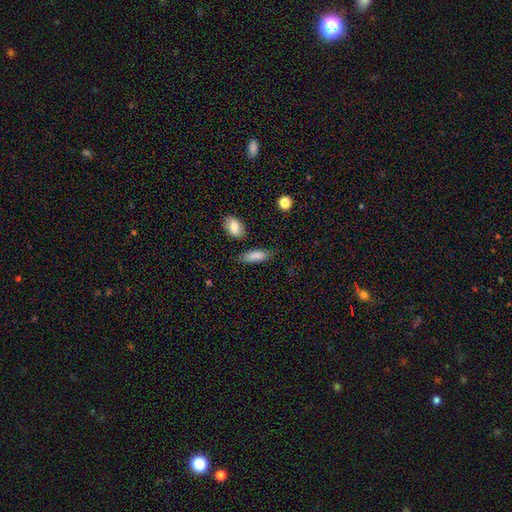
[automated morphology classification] smooth 84%, featured or disk 9%, star or artifact 7%. Down the decision tree: how rounded — in between (70%); merging — none (72%).